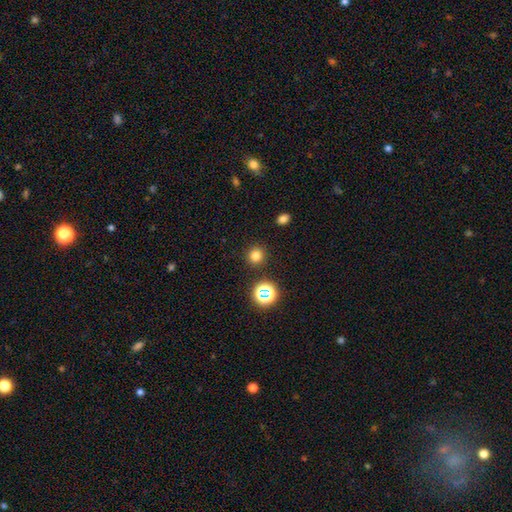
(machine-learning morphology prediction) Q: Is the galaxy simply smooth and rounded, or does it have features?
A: smooth — 76%.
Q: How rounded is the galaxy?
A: round — 90%.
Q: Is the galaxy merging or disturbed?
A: none — 90%.